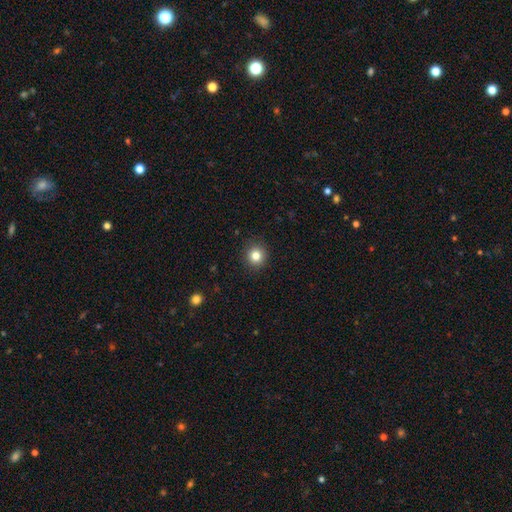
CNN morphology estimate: A smooth galaxy with no disk features (82%) that is round (90%).

Vote fractions:
- Smooth or featured? smooth: 82% / star or artifact: 12% / featured or disk: 6%
- How rounded? round: 90% / in between: 9% / cigar-shaped: 1%
- Merging? none: 91% / minor disturbance: 6% / major disturbance: 2% / merger: 1%